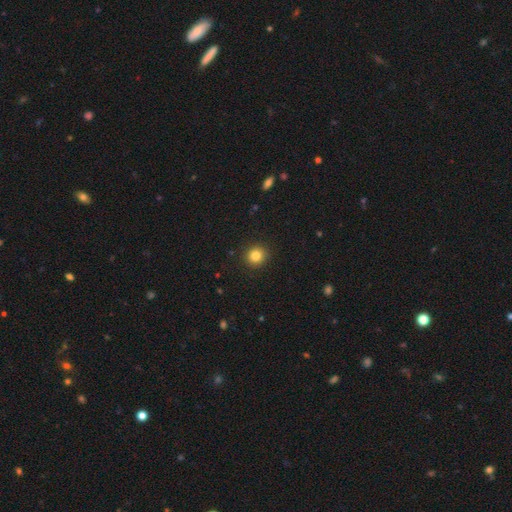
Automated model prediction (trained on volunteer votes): smooth-or-featured: smooth: 83% | star or artifact: 11% | featured or disk: 5%
  how-rounded: round: 90% | in between: 9% | cigar-shaped: 1%
  merging: none: 91% | minor disturbance: 6% | major disturbance: 2% | merger: 1%